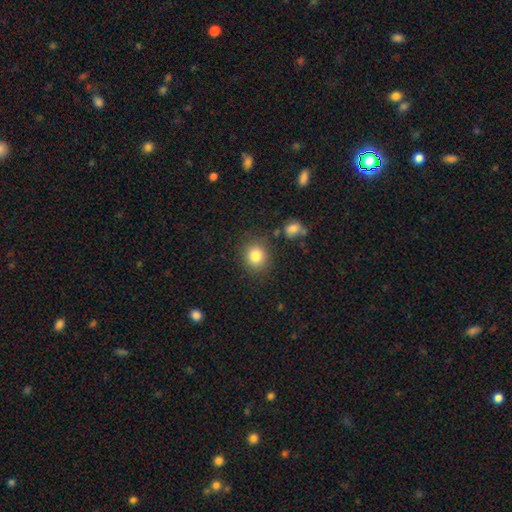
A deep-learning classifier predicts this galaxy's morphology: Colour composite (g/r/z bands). It shows a smooth galaxy with no disk features (83%) that is round (79%). Merging: none (83%).